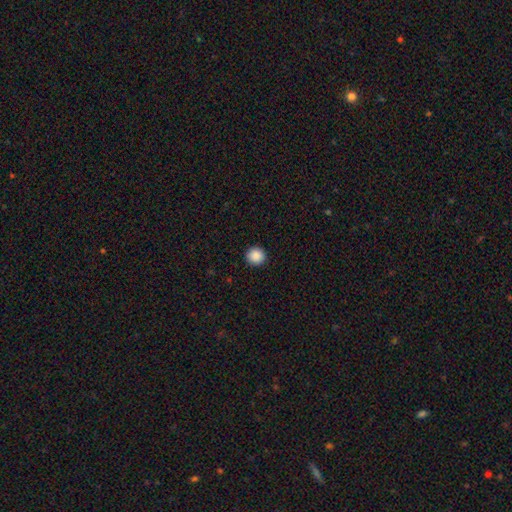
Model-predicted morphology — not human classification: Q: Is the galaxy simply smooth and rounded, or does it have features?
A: smooth — 88%.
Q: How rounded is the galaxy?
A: round — 94%.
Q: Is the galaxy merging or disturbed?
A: none — 93%.